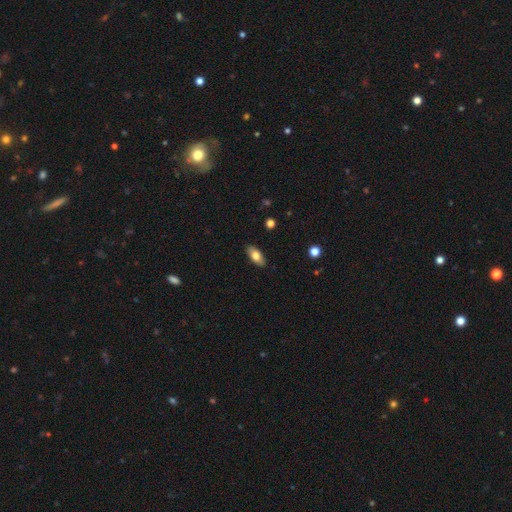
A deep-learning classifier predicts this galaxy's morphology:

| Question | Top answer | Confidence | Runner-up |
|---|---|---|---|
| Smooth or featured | smooth | 76% | featured or disk (18%) |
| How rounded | in between | 86% | cigar-shaped (11%) |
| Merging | none | 88% | minor disturbance (9%) |